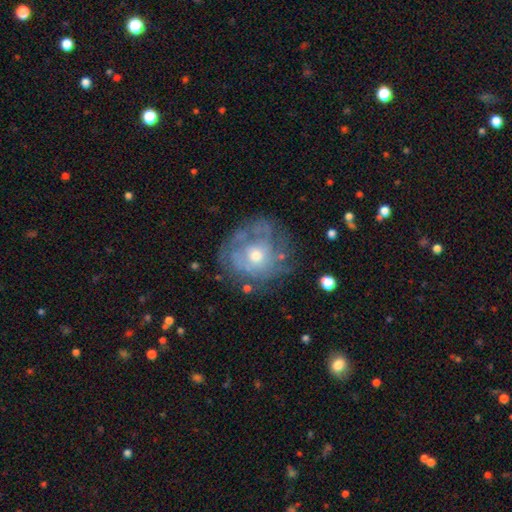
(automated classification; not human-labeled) featured or disk 64%, smooth 27%, star or artifact 9%. Down the decision tree: edge-on disk — no (97%); bar — no (86%); spiral arms — yes (51%); bulge size — moderate (60%); merging — none (60%).